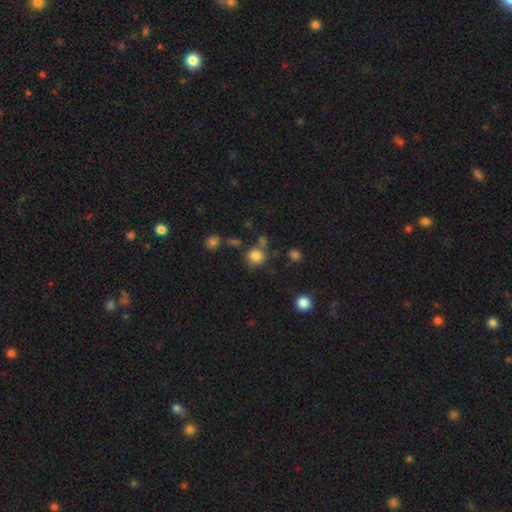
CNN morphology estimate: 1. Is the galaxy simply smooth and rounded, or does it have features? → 81% smooth, 13% star or artifact, 6% featured or disk.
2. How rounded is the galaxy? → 84% round, 15% in between, 1% cigar-shaped.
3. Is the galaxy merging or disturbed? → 66% none, 15% merger, 14% minor disturbance, 5% major disturbance.